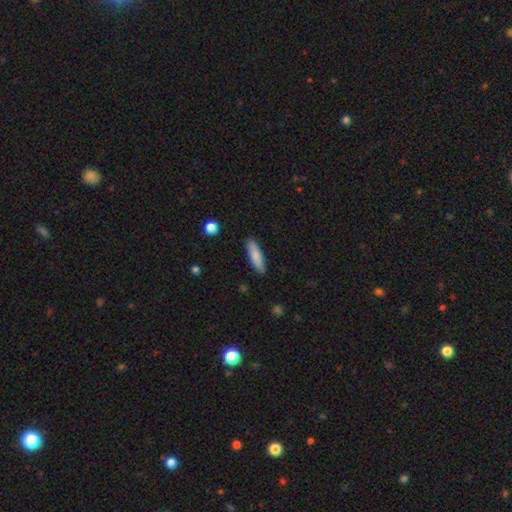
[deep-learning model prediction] A smooth galaxy with no disk features (82%) that is cigar-shaped (67%).

Vote fractions:
- Smooth or featured? smooth: 82% / featured or disk: 13% / star or artifact: 6%
- How rounded? cigar-shaped: 67% / in between: 31% / round: 2%
- Merging? none: 88% / minor disturbance: 9% / major disturbance: 2% / merger: 1%